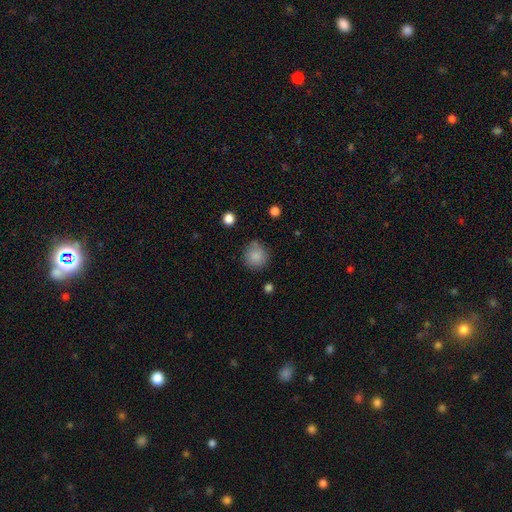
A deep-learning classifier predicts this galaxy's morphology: smooth-or-featured: smooth: 85% | star or artifact: 10% | featured or disk: 5%
  how-rounded: round: 91% | in between: 8% | cigar-shaped: 1%
  merging: none: 77% | minor disturbance: 16% | major disturbance: 4% | merger: 3%